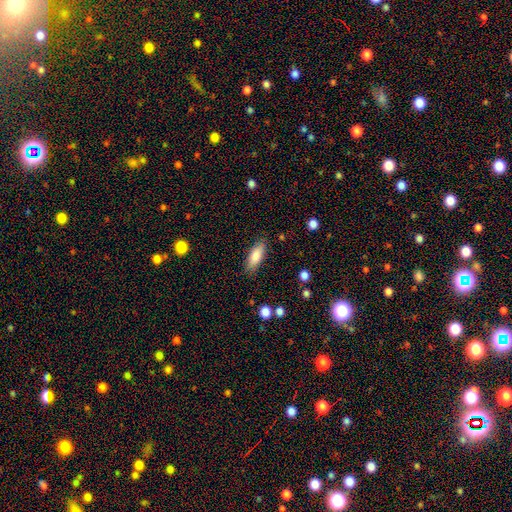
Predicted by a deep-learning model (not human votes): A smooth galaxy with no disk features (82%) that is in between round and cigar-shaped (72%). Merging: none (85%).